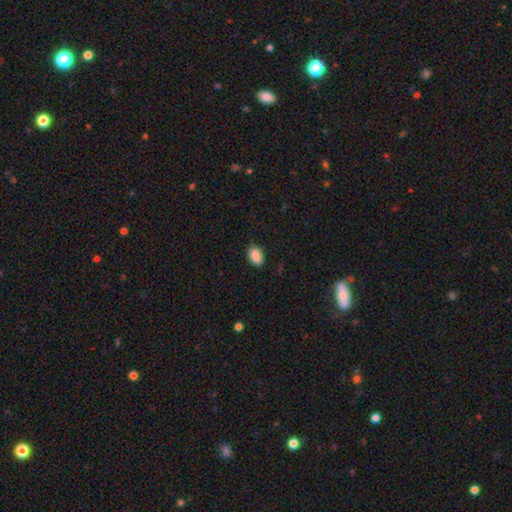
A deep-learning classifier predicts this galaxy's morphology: Smooth or featured?
  - smooth: 86% *
  - star or artifact: 8%
  - featured or disk: 5%
How rounded?
  - in between: 84% *
  - round: 14%
  - cigar-shaped: 2%
Merging?
  - none: 80% *
  - minor disturbance: 16%
  - major disturbance: 3%
  - merger: 1%